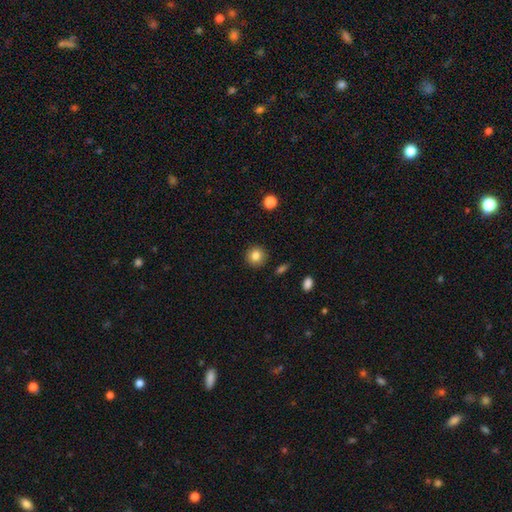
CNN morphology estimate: Smooth or featured? Predicted: smooth (p=0.83). How rounded? Predicted: round (p=0.92). Merging? Predicted: none (p=0.91).